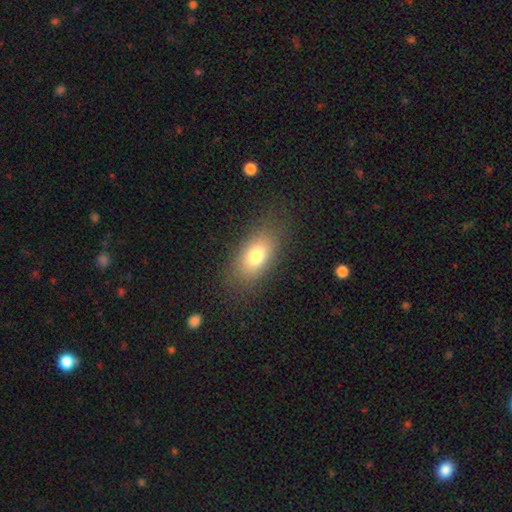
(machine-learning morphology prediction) smooth 75%, featured or disk 15%, star or artifact 10%. Down the decision tree: how rounded — in between (87%); merging — none (81%).